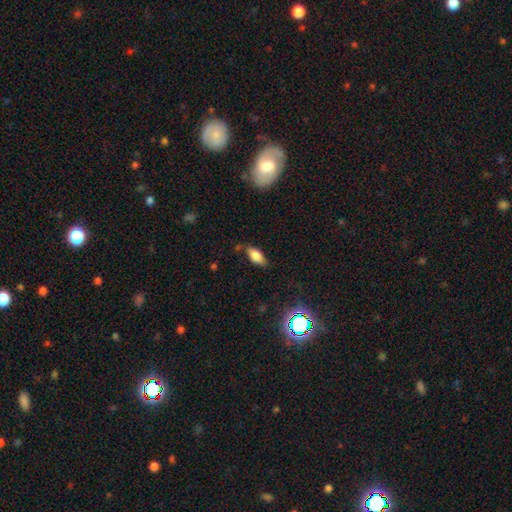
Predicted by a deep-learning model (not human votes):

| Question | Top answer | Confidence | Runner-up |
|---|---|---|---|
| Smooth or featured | smooth | 78% | featured or disk (12%) |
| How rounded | in between | 87% | cigar-shaped (9%) |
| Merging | none | 74% | minor disturbance (20%) |